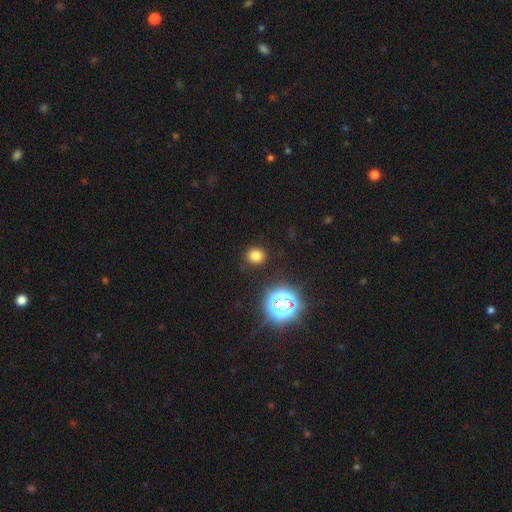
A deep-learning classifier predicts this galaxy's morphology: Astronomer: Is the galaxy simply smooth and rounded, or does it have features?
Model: smooth — 74%.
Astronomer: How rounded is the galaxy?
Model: round — 78%.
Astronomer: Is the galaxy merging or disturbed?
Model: none — 88%.